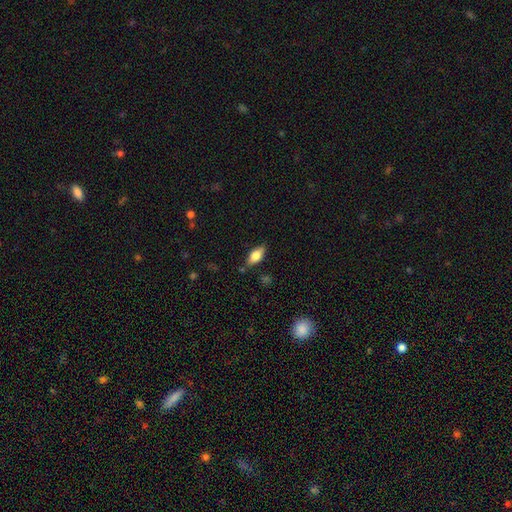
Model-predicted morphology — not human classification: smooth-or-featured: smooth: 69% | featured or disk: 23% | star or artifact: 7%
  how-rounded: in between: 83% | cigar-shaped: 14% | round: 4%
  merging: none: 79% | minor disturbance: 15% | major disturbance: 3% | merger: 2%